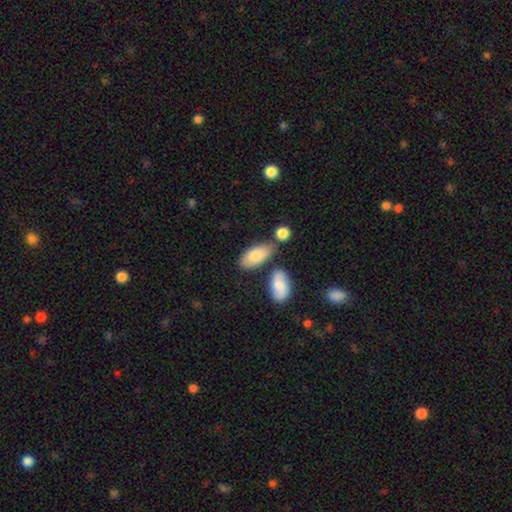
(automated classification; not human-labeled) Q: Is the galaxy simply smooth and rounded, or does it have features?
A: smooth — 81%.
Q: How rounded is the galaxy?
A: in between — 91%.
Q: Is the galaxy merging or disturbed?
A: none — 67%.